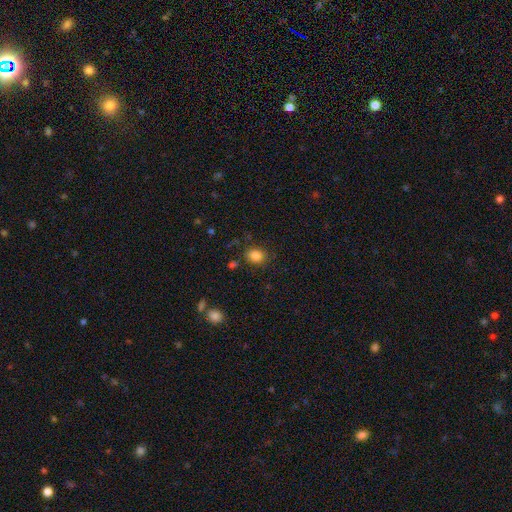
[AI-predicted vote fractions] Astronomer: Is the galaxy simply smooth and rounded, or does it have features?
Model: smooth — 84%.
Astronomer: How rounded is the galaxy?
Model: round — 55% (runner-up: in between, 44%).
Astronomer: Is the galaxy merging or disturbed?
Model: none — 83%.